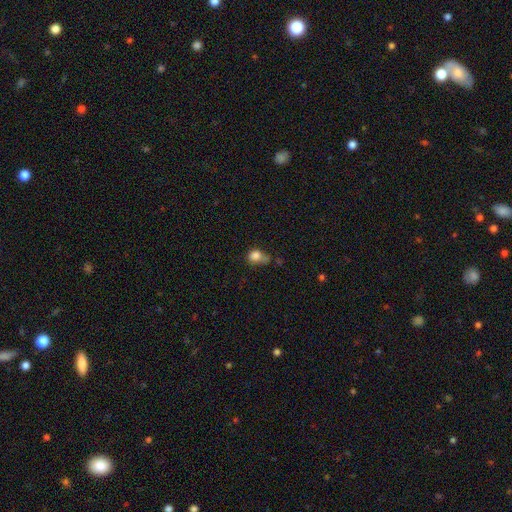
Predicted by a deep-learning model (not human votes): Q: Smooth or featured?
A: smooth (82%); runner-up: star or artifact (11%)
Q: How rounded?
A: round (54%); runner-up: in between (44%)
Q: Merging?
A: none (37%); runner-up: minor disturbance (34%)